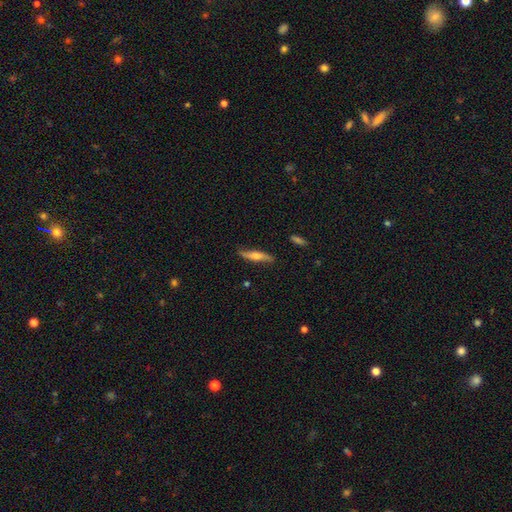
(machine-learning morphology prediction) Overall: featured or disk (55%; smooth 38%). Edge-on disk: yes (84%). Merging: none (83%).